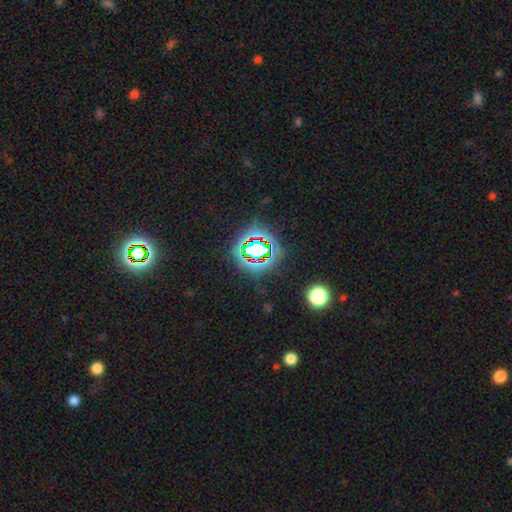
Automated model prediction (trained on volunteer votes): This appears to be a star or artifact, not a galaxy (79%).